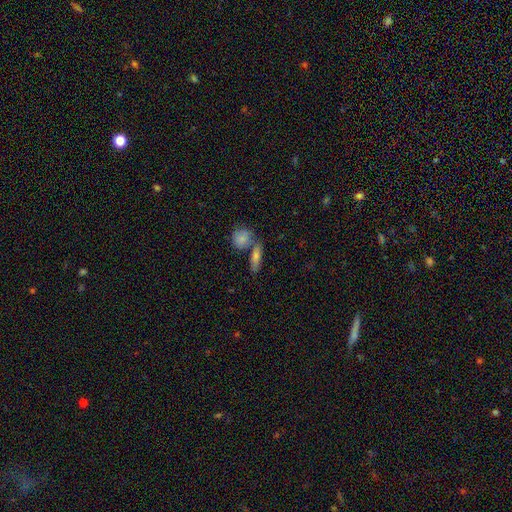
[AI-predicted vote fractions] smooth 63%, featured or disk 26%, star or artifact 12%. Down the decision tree: how rounded — in between (48%); merging — none (52%).